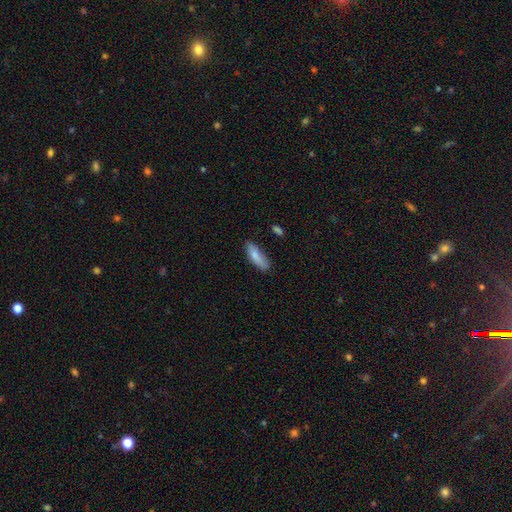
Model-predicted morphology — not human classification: This is clearly a smooth galaxy (82%). How rounded: possibly in between (51%). Merging: likely none (75%).